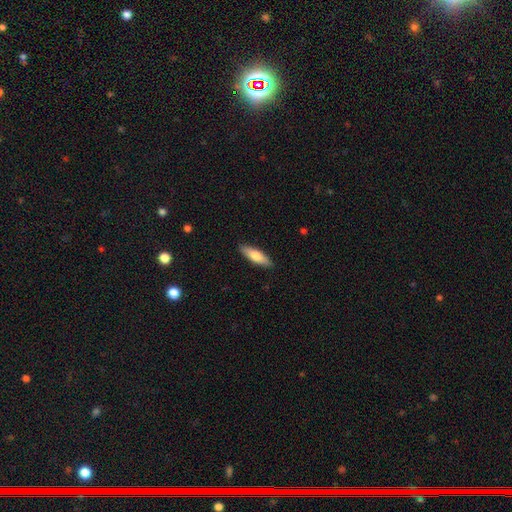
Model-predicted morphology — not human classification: smooth-or-featured: smooth: 69% | featured or disk: 25% | star or artifact: 5%
  how-rounded: cigar-shaped: 55% | in between: 43% | round: 2%
  merging: none: 89% | minor disturbance: 8% | major disturbance: 2% | merger: 1%